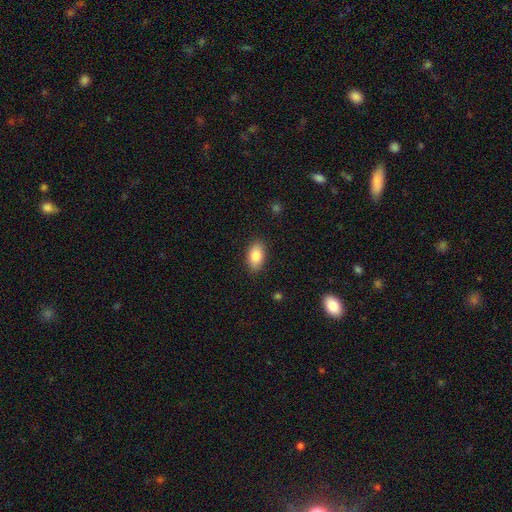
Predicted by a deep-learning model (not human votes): Morphology: type=smooth (83%); roundness=in between (92%); merging=none (87%).